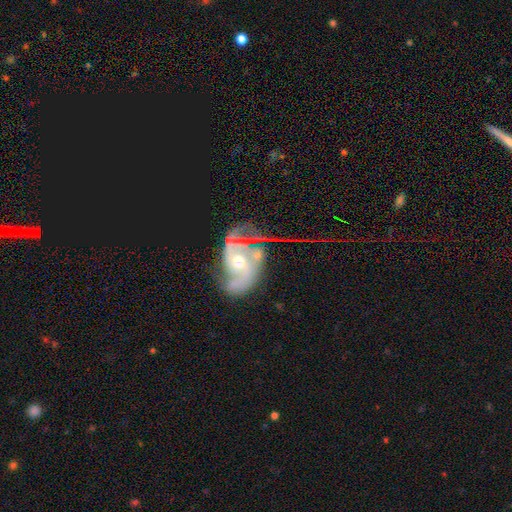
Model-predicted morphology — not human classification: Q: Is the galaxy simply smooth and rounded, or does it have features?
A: featured or disk — 85%.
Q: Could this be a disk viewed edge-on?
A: no — 97%.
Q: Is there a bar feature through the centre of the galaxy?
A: no — 59%.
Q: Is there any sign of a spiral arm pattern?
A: yes — 93%.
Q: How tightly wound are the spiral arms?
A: medium — 46%.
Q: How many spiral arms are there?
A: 2 — 71%.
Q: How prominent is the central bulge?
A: moderate — 59%.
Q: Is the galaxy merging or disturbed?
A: none — 41%.